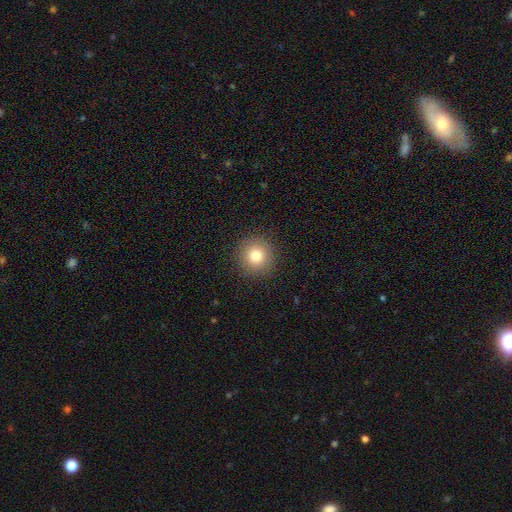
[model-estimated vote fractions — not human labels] Morphology: type=smooth (80%); roundness=round (95%); merging=none (91%).